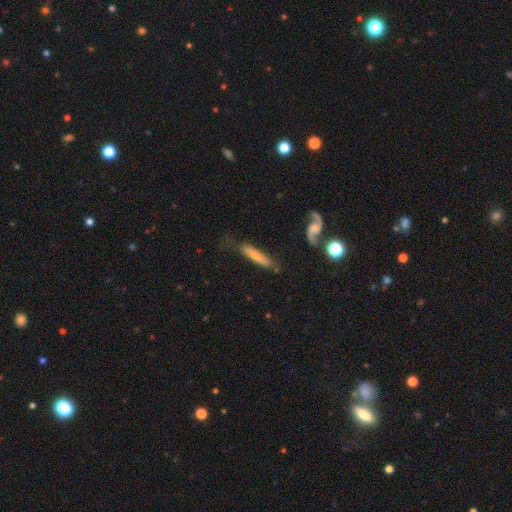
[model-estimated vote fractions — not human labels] The model was most divided on "smooth or featured": smooth: 65%, featured or disk: 30%, star or artifact: 6%. More confident: how rounded — cigar-shaped (88%); merging — none (65%).